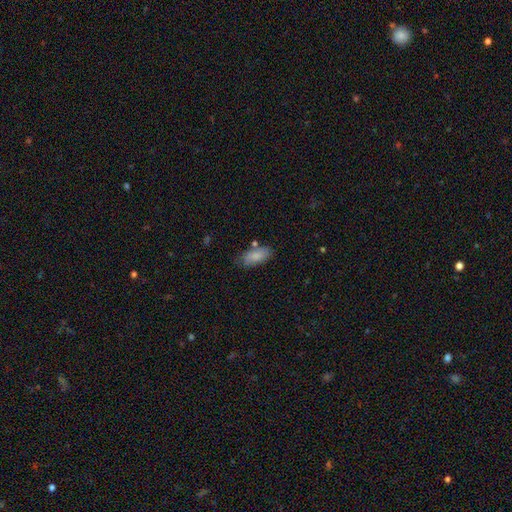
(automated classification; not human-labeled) A smooth galaxy with no disk features (84%) that is in between round and cigar-shaped (87%). Merging: none (68%).